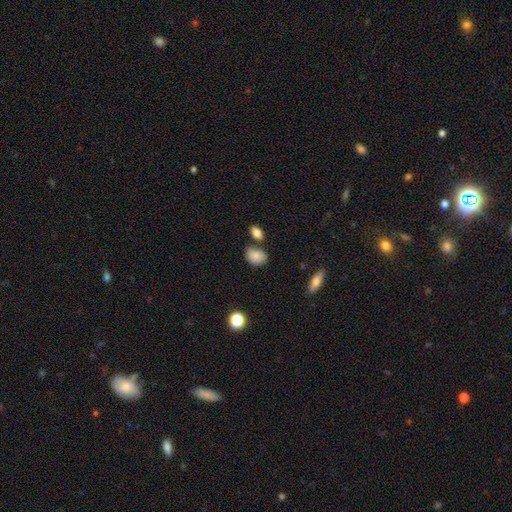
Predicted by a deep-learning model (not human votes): A smooth galaxy with no disk features (83%) that is in between round and cigar-shaped (68%).

Vote fractions:
- Smooth or featured? smooth: 83% / star or artifact: 9% / featured or disk: 8%
- How rounded? in between: 68% / round: 30% / cigar-shaped: 1%
- Merging? none: 67% / minor disturbance: 17% / merger: 12% / major disturbance: 4%